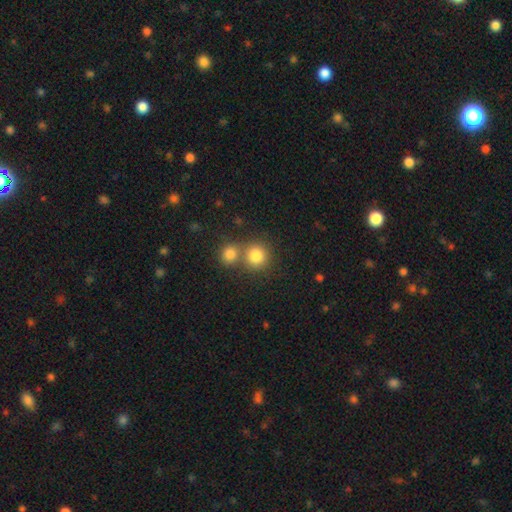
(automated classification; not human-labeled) Smooth or featured? smooth (82%)
How rounded? round (89%)
Merging? none (53%)